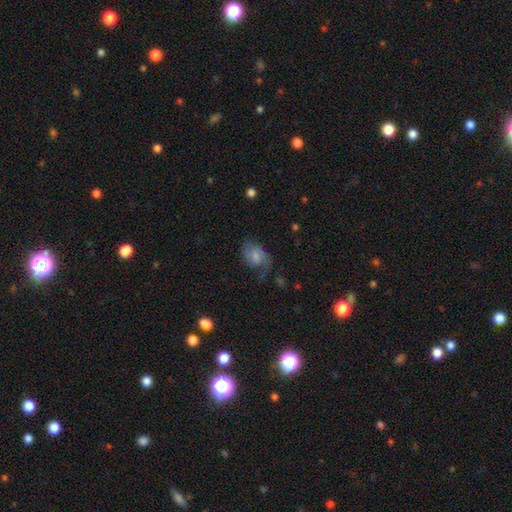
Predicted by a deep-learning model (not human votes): smooth_or_featured: featured or disk (p=0.47) [alt: smooth p=0.44]
merging: none (p=0.47) [alt: minor disturbance p=0.27]